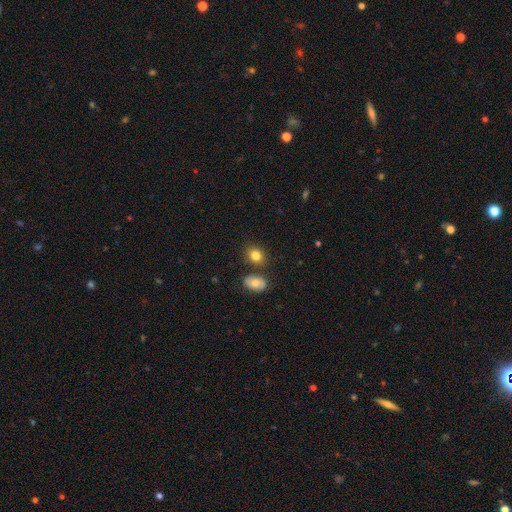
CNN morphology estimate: type=smooth (82%); roundness=in between (56%); merging=none (73%).